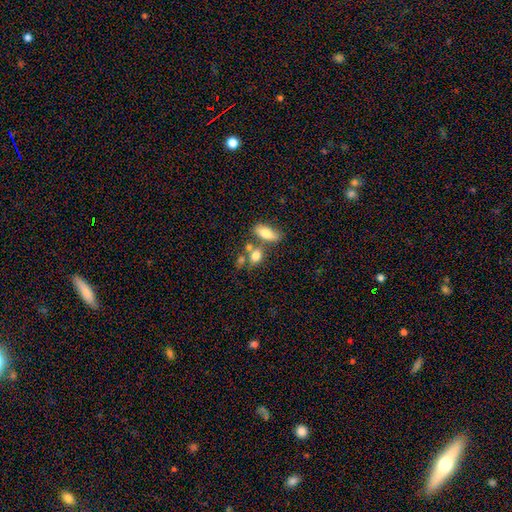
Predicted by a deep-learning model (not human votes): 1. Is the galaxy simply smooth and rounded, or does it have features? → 76% smooth, 15% featured or disk, 9% star or artifact.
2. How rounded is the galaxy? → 65% in between, 27% round, 8% cigar-shaped.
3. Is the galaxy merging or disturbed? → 45% none, 37% merger, 12% minor disturbance, 6% major disturbance.